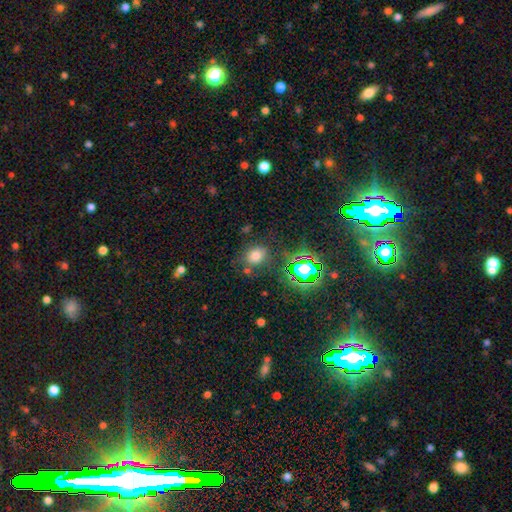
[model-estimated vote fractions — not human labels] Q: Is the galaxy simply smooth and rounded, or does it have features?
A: smooth — 68%.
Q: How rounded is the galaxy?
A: round — 54%.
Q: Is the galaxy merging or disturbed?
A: none — 75%.